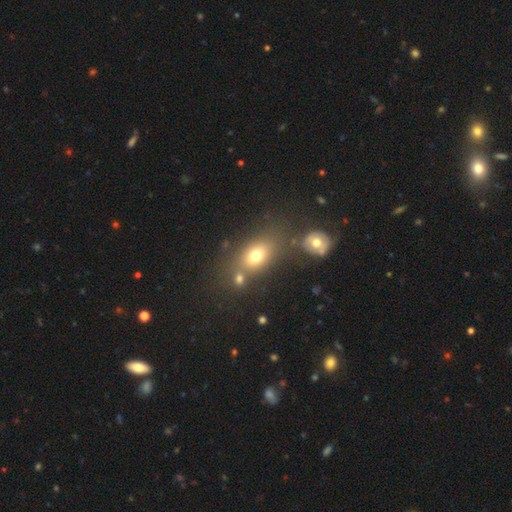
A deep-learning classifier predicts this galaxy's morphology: Q: Smooth or featured?
A: smooth (71%); runner-up: featured or disk (15%)
Q: How rounded?
A: in between (72%); runner-up: round (25%)
Q: Merging?
A: none (61%); runner-up: merger (19%)